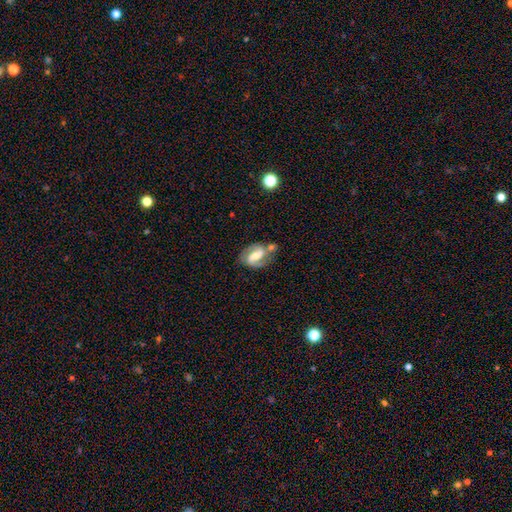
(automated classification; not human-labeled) smooth_or_featured: featured or disk (p=0.81) [alt: smooth p=0.13]
disk_edge_on: no (p=0.97) [alt: yes p=0.03]
bar: weak (p=0.41) [tied with: strong p=0.41]
has_spiral_arms: yes (p=0.94) [alt: no p=0.06]
spiral_winding: medium (p=0.53) [alt: tight p=0.25]
spiral_arm_count: 2 (p=0.89) [alt: can't tell p=0.04]
bulge_size: moderate (p=0.55) [alt: small p=0.31]
merging: none (p=0.63) [alt: minor disturbance p=0.17]